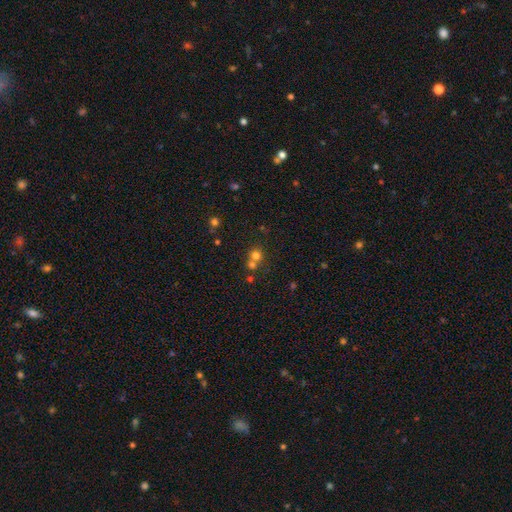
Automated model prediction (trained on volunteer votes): Smooth or featured? smooth (70%)
How rounded? round (85%)
Merging? none (46%)